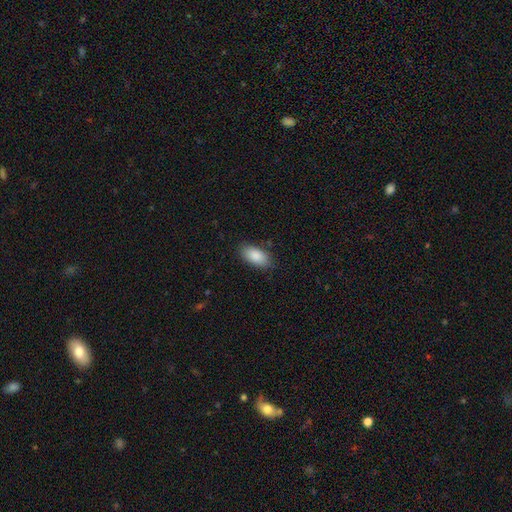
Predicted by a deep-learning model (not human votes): Smooth or featured? smooth (88%)
How rounded? in between (93%)
Merging? none (84%)